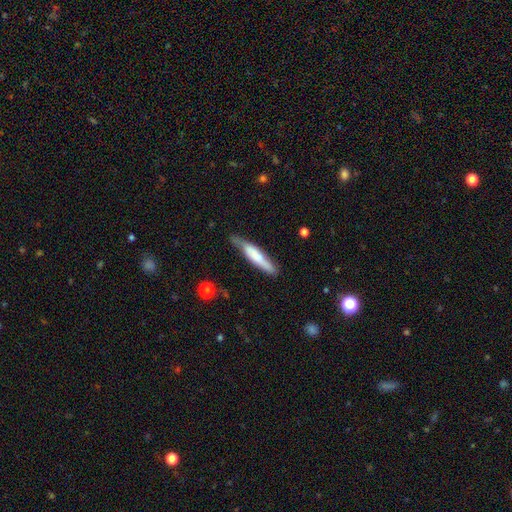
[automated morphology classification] A smooth galaxy with no disk features (56%) that is cigar-shaped (86%). Merging: none (64%).